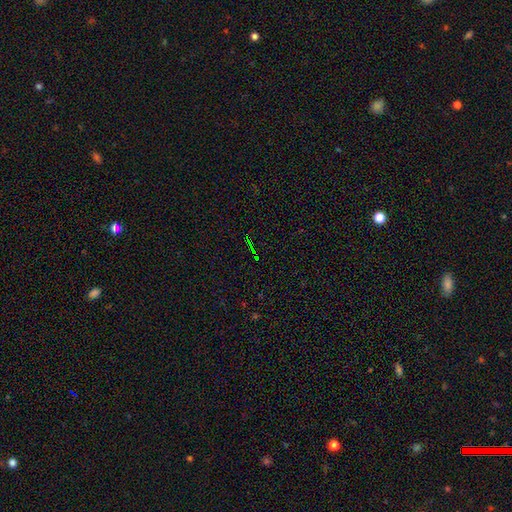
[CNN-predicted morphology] A star or artifact, not a galaxy (75%).

Vote fractions:
- Smooth or featured? star or artifact: 75% / smooth: 14% / featured or disk: 11%